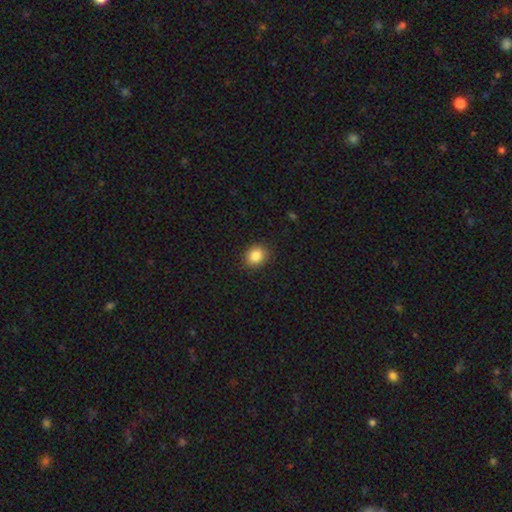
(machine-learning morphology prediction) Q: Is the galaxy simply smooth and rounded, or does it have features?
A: smooth — 86%.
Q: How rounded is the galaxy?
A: round — 69%.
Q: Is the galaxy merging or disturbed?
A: none — 89%.